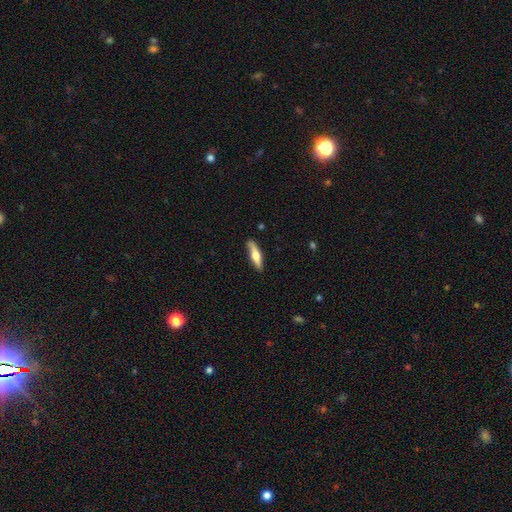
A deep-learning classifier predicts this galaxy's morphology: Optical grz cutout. It shows a smooth galaxy with no disk features (53%) that is cigar-shaped (74%). Merging: none (82%).